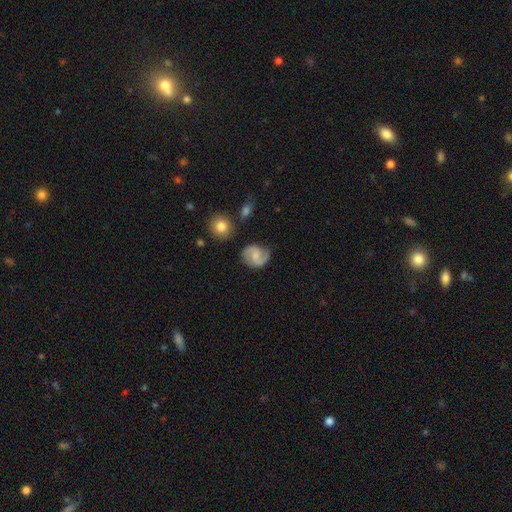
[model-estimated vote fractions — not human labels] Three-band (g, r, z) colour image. It shows a featured or disk galaxy (79%) with a weak bar (47%), 2 (89%) medium (54%) spiral arms (96%) and a small central bulge (45%). Merging: none (78%).